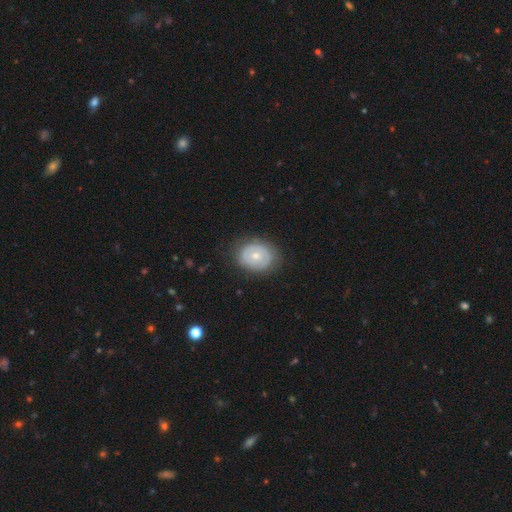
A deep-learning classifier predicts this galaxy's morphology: A featured or disk galaxy (50%).

Vote fractions:
- Smooth or featured? featured or disk: 50% / smooth: 44% / star or artifact: 6%
- Merging? none: 79% / minor disturbance: 15% / major disturbance: 5% / merger: 1%